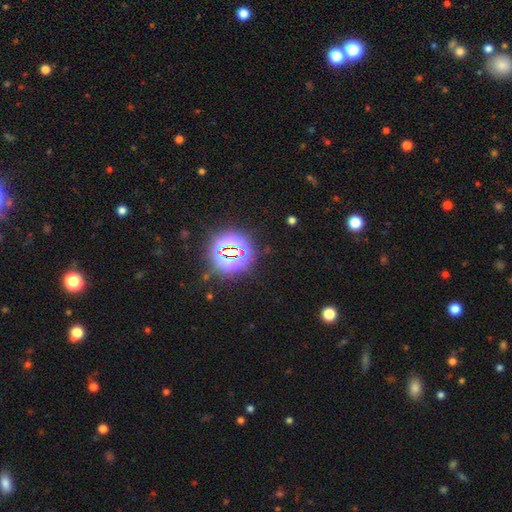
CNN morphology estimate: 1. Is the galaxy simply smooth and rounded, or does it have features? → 83% star or artifact, 11% smooth, 6% featured or disk.